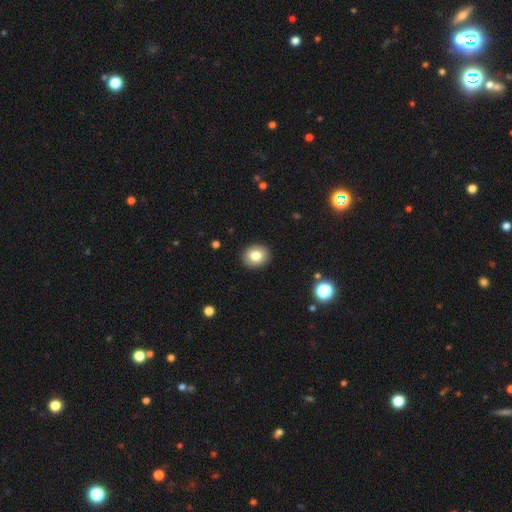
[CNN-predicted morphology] This appears to be a smooth galaxy with no disk features (80%) that is round (71%). Merging: none (91%).